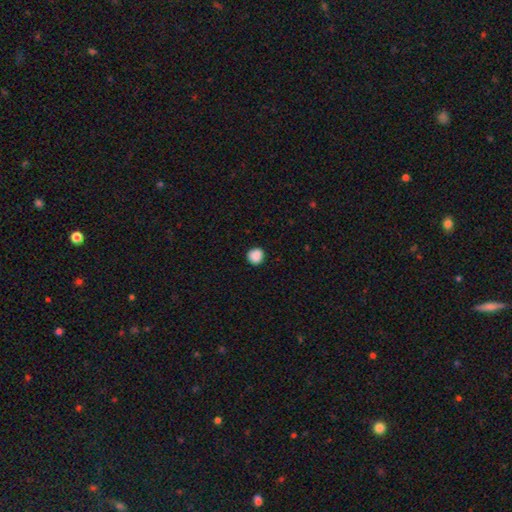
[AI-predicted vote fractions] A smooth galaxy with no disk features (88%) that is round (87%).

Vote fractions:
- Smooth or featured? smooth: 88% / star or artifact: 9% / featured or disk: 3%
- How rounded? round: 87% / in between: 12% / cigar-shaped: 1%
- Merging? none: 87% / minor disturbance: 9% / major disturbance: 2% / merger: 1%